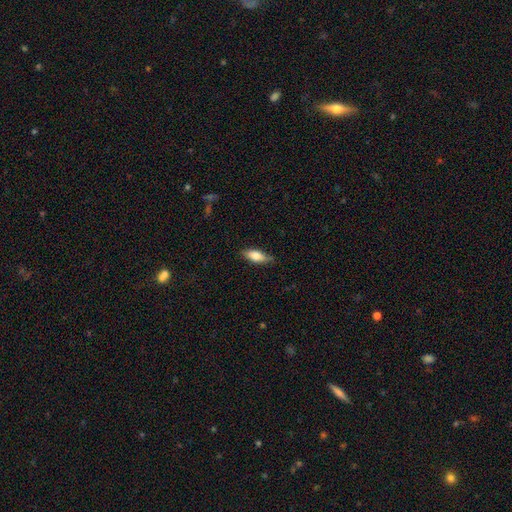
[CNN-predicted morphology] smooth-or-featured: smooth: 76% | featured or disk: 18% | star or artifact: 6%
  how-rounded: in between: 73% | cigar-shaped: 24% | round: 2%
  merging: none: 77% | minor disturbance: 18% | major disturbance: 3% | merger: 1%